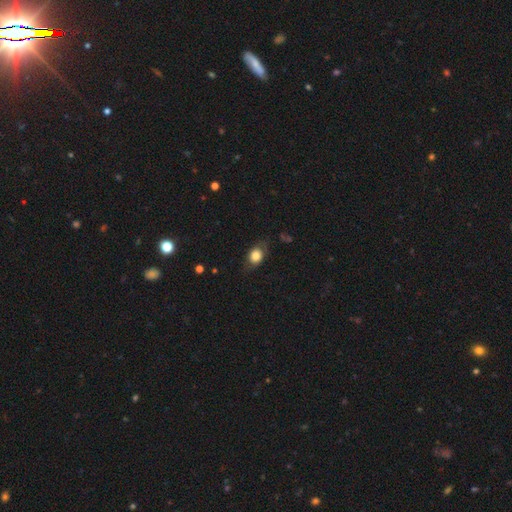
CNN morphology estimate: Overall: smooth (74%). How rounded: in between (59%; round 38%). Merging: none (69%).